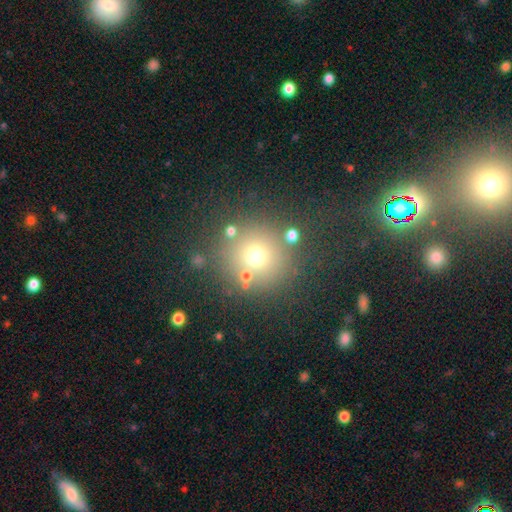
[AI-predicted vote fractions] Q: Smooth or featured?
A: smooth (66%); runner-up: star or artifact (22%)
Q: How rounded?
A: round (93%); runner-up: in between (6%)
Q: Merging?
A: none (79%); runner-up: minor disturbance (9%)